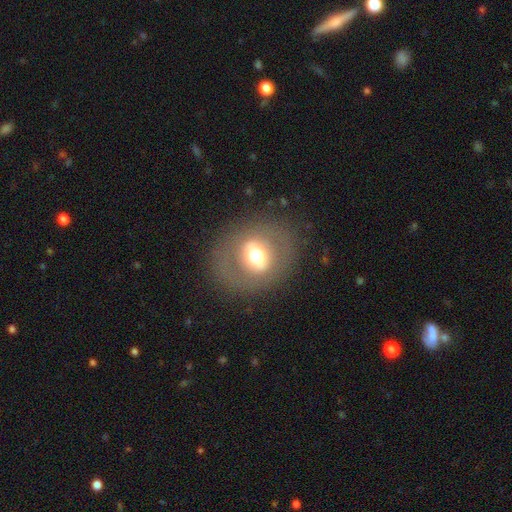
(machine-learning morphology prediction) A featured or disk galaxy (47%). Merging: none (81%).